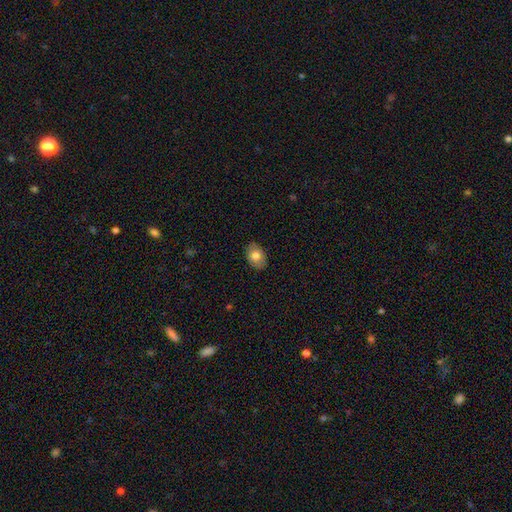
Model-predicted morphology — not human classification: Q: Smooth or featured?
A: smooth (77%); runner-up: featured or disk (16%)
Q: How rounded?
A: in between (79%); runner-up: round (20%)
Q: Merging?
A: none (86%); runner-up: minor disturbance (11%)